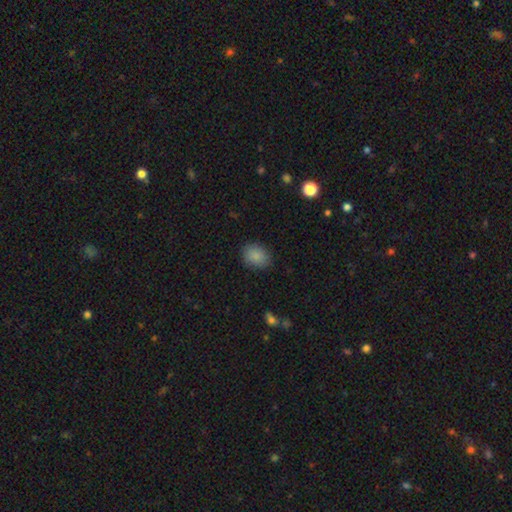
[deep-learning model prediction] A smooth galaxy with no disk features (87%) that is round (51%). Merging: none (83%).